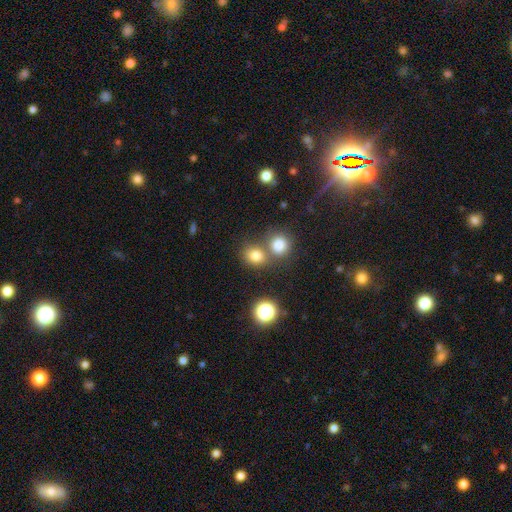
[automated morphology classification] smooth-or-featured: smooth: 77% | star or artifact: 15% | featured or disk: 7%
  how-rounded: round: 70% | in between: 29% | cigar-shaped: 1%
  merging: none: 54% | merger: 34% | minor disturbance: 9% | major disturbance: 3%